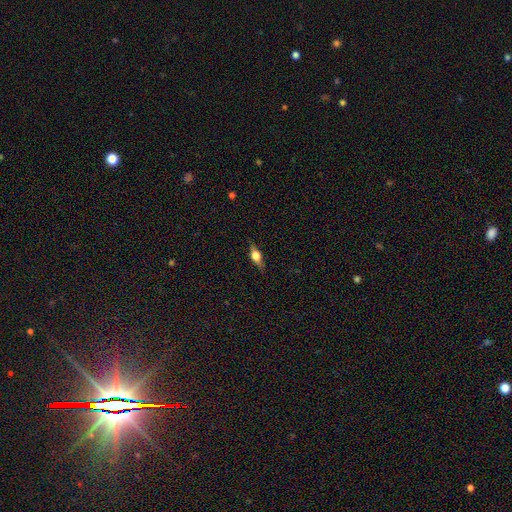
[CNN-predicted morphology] type=featured or disk (52%); edge-on=yes (93%); merging=none (83%).